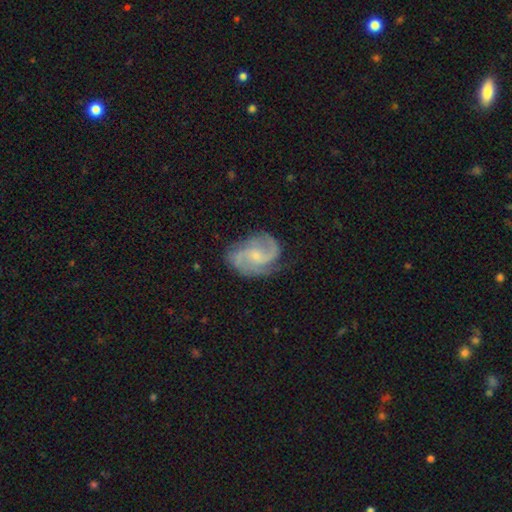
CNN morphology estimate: smooth_or_featured: featured or disk (p=0.87) [alt: smooth p=0.08]
disk_edge_on: no (p=0.98) [alt: yes p=0.02]
bar: no (p=0.54) [alt: weak p=0.39]
has_spiral_arms: yes (p=0.97) [alt: no p=0.03]
spiral_winding: medium (p=0.54) [alt: tight p=0.23]
spiral_arm_count: 2 (p=0.71) [alt: 3 p=0.15]
bulge_size: small (p=0.59) [alt: moderate p=0.30]
merging: none (p=0.73) [alt: minor disturbance p=0.18]